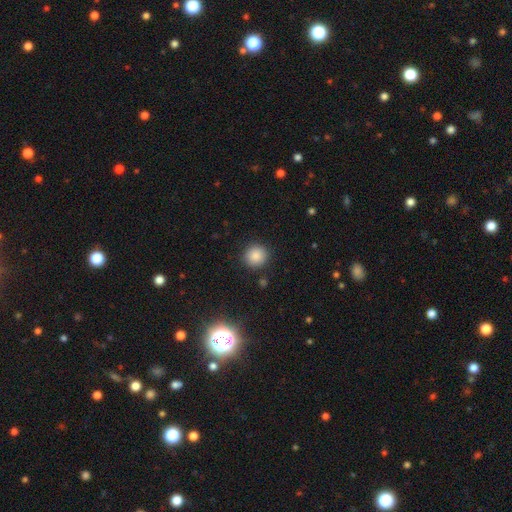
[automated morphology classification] This appears to be a smooth galaxy with no disk features (86%) that is round (93%). Merging: none (90%).